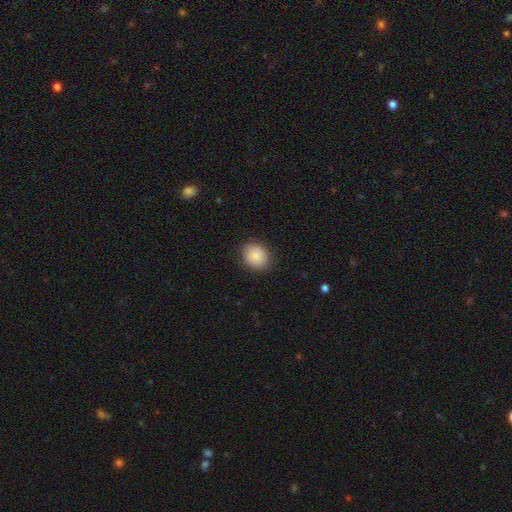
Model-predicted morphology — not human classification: A smooth galaxy with no disk features (88%) that is round (68%). Merging: none (87%).